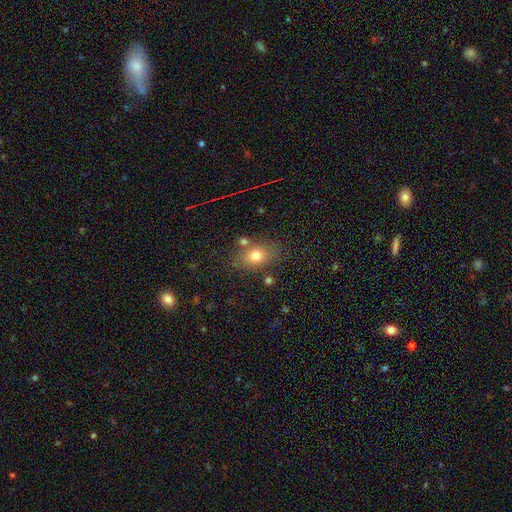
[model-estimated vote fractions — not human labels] The model was most divided on "how rounded": in between: 68%, round: 30%, cigar-shaped: 2%. More confident: smooth or featured — smooth (76%); merging — none (71%).